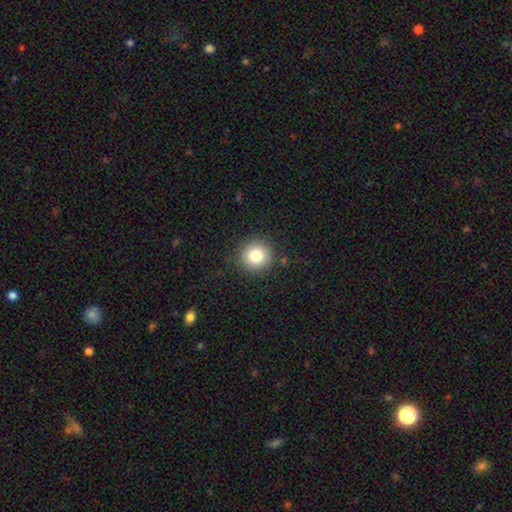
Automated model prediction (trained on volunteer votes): smooth 81%, star or artifact 11%, featured or disk 8%. Down the decision tree: how rounded — round (94%); merging — none (89%).